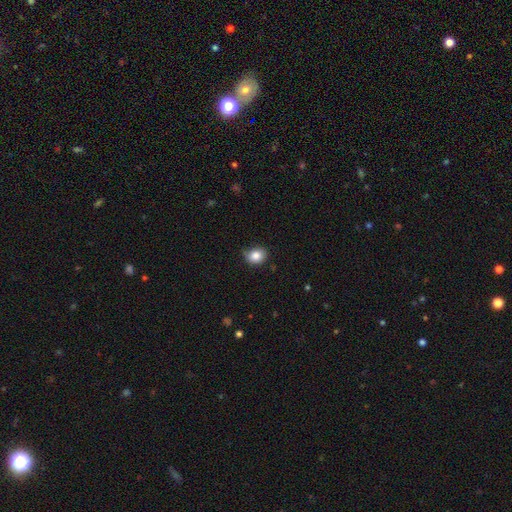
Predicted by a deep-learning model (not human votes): Smooth or featured: smooth — 85% (star or artifact — 9%)
How rounded: round — 61% (in between — 38%)
Merging: none — 71% (minor disturbance — 24%)